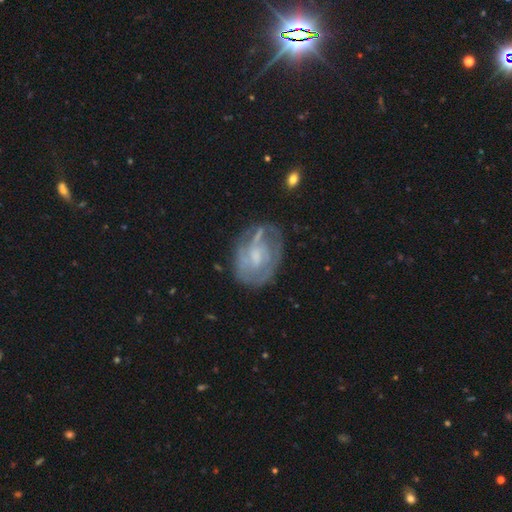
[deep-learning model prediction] smooth-or-featured: featured or disk: 73% | smooth: 20% | star or artifact: 8%
  disk-edge-on: no: 97% | yes: 3%
    bar: no: 55% | weak: 37% | strong: 8%
    has-spiral-arms: yes: 75% | no: 25%
      spiral-winding: tight: 49% | medium: 36% | loose: 15%
      spiral-arm-count: can't tell: 46% | 2: 25% | 3: 14% | 1: 7% | 4: 5% | more than 4: 3%
    bulge-size: small: 38% | moderate: 36% | none: 20% | large: 5% | dominant: 1%
  merging: none: 61% | minor disturbance: 22% | major disturbance: 14% | merger: 2%